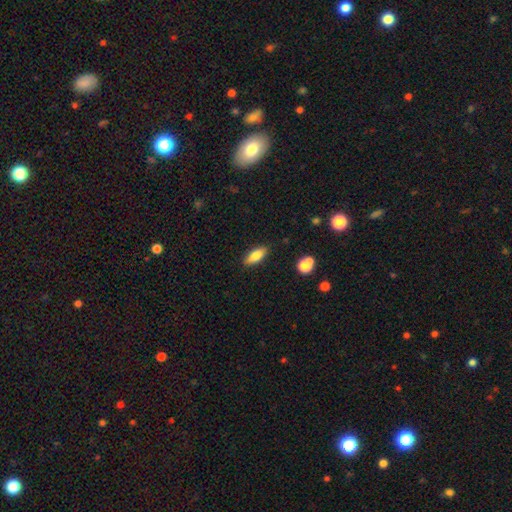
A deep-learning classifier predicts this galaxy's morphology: Smooth or featured? Predicted: smooth (p=0.77). How rounded? Predicted: in between (p=0.75). Merging? Predicted: none (p=0.87).